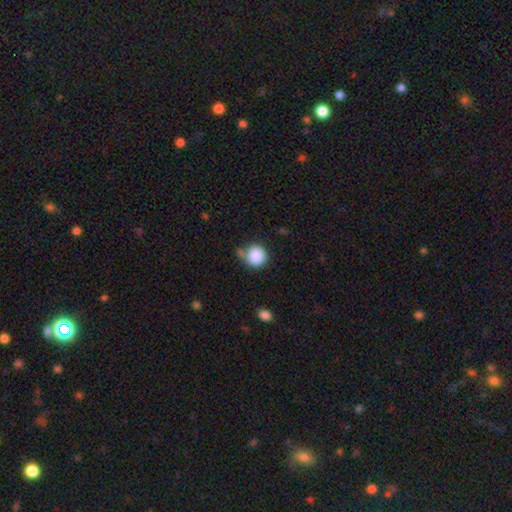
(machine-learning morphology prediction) Smooth or featured? Predicted: smooth (p=0.87). How rounded? Predicted: round (p=0.92). Merging? Predicted: none (p=0.64).